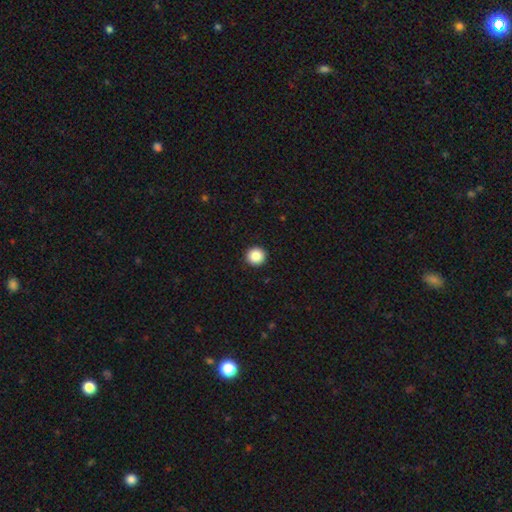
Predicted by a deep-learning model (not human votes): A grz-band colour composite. It shows a smooth galaxy with no disk features (87%) that is round (95%). Merging: none (94%).